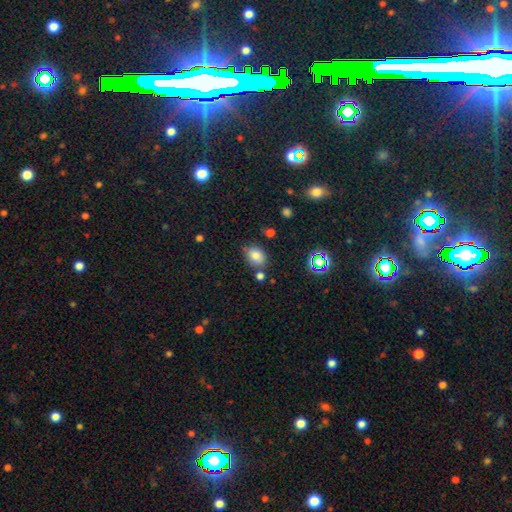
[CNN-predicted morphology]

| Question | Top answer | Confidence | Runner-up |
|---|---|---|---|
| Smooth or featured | smooth | 80% | star or artifact (13%) |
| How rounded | in between | 65% | round (34%) |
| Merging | none | 72% | minor disturbance (16%) |